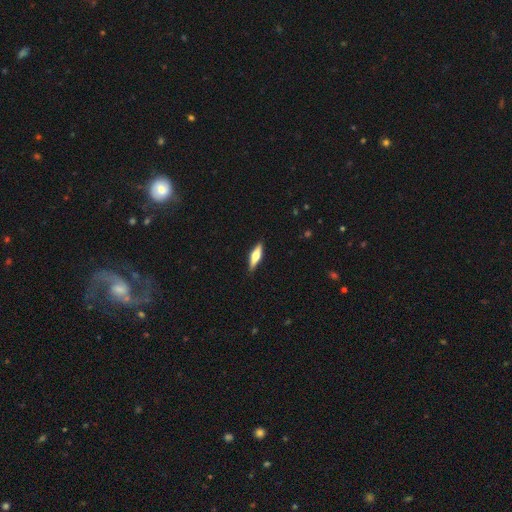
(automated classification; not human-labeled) Overall: featured or disk (52%; smooth 43%). Edge-on disk: yes (95%). Merging: none (89%).